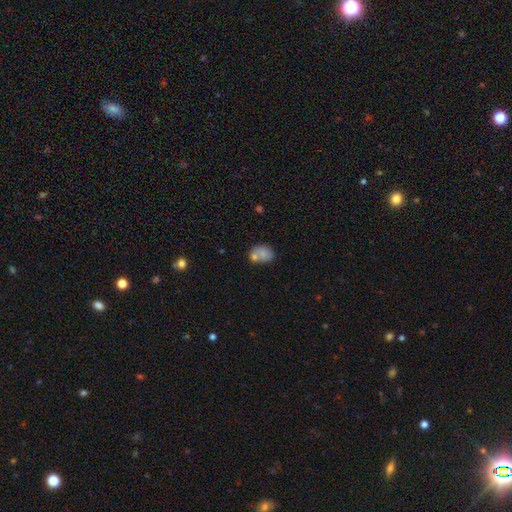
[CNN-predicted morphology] Smooth or featured? smooth (75%)
How rounded? in between (60%)
Merging? none (47%)